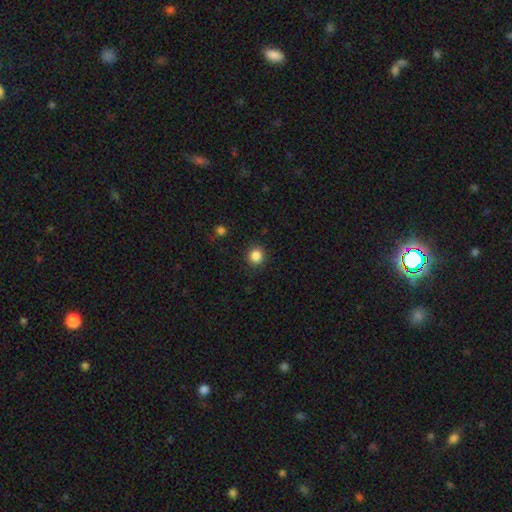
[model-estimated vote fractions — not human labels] A smooth galaxy with no disk features (85%) that is round (90%). Merging: none (90%).